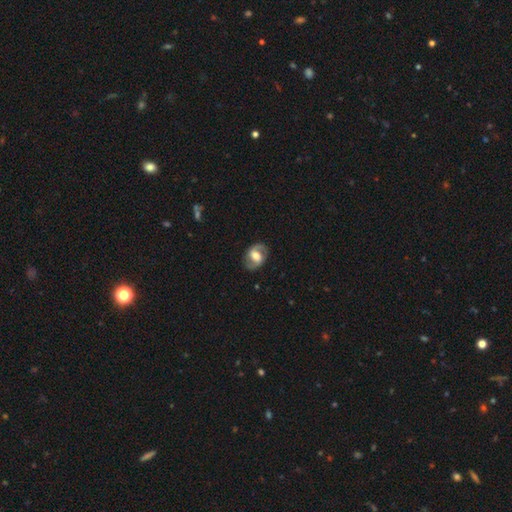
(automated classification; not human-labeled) A featured or disk galaxy (75%) with a weak bar (46%), 2 (92%) medium (53%) spiral arms (89%) and a moderate central bulge (52%). Merging: none (84%).